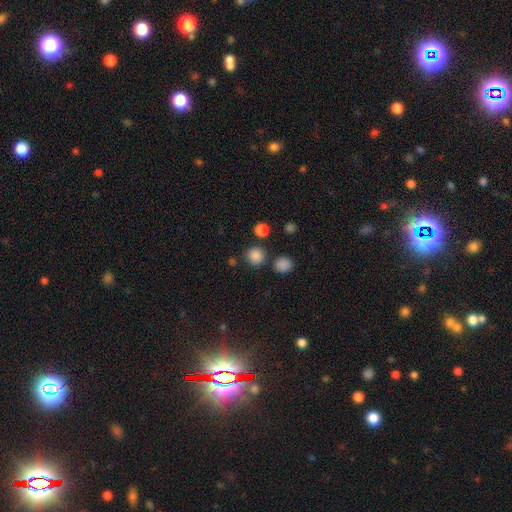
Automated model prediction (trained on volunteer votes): Morphology: type=smooth (84%); roundness=round (90%); merging=none (80%).